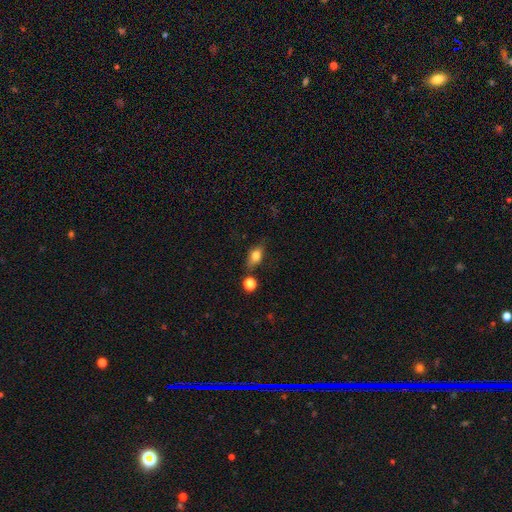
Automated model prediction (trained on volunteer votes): Smooth or featured? Predicted: smooth (p=0.69). How rounded? Predicted: in between (p=0.73). Merging? Predicted: none (p=0.71).